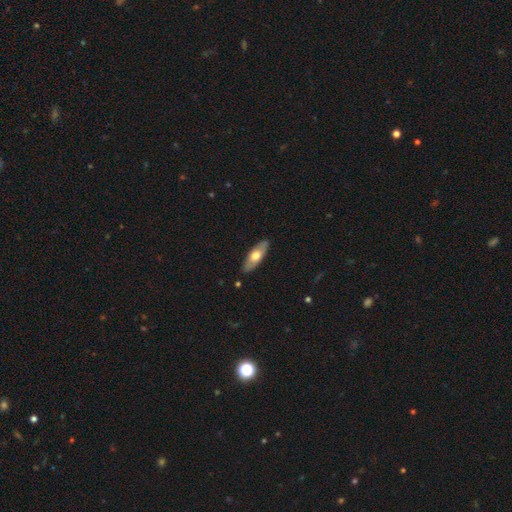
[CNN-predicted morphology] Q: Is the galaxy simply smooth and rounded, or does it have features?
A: smooth — 56%.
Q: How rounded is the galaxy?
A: in between — 64%.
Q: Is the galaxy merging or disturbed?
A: none — 88%.